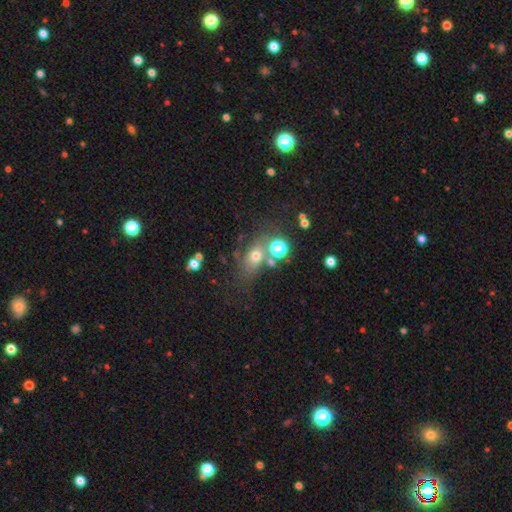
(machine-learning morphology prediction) Smooth or featured?
  - smooth: 62% *
  - star or artifact: 20%
  - featured or disk: 18%
How rounded?
  - in between: 57% *
  - round: 38%
  - cigar-shaped: 4%
Merging?
  - none: 58% *
  - merger: 18%
  - minor disturbance: 15%
  - major disturbance: 9%